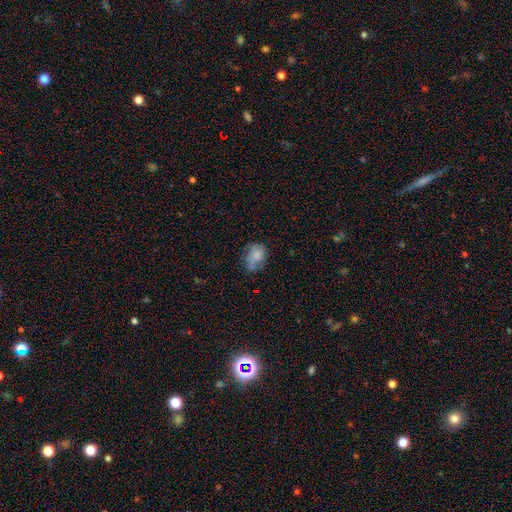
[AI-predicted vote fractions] This is likely a smooth galaxy (70%). How rounded: likely in between (61%). Merging: possibly none (49%).